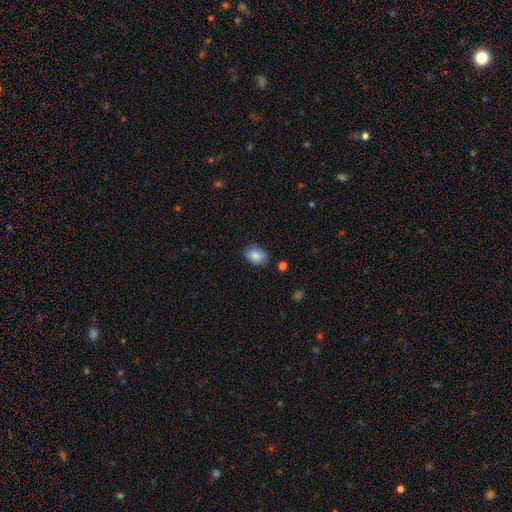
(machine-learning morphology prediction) This appears to be a smooth galaxy with no disk features (85%) that is in between round and cigar-shaped (77%). Merging: none (83%).